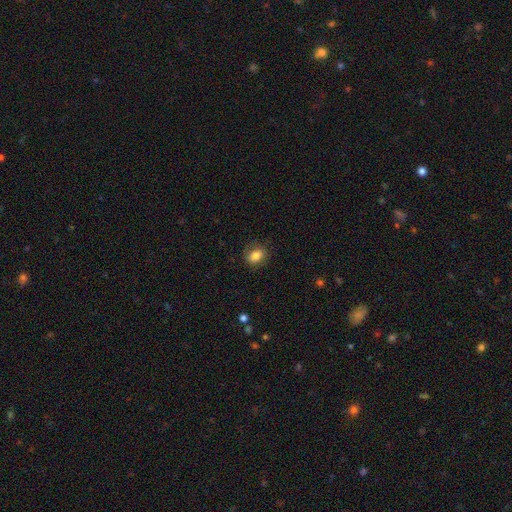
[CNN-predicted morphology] A smooth galaxy with no disk features (78%) that is in between round and cigar-shaped (58%). Merging: none (78%).